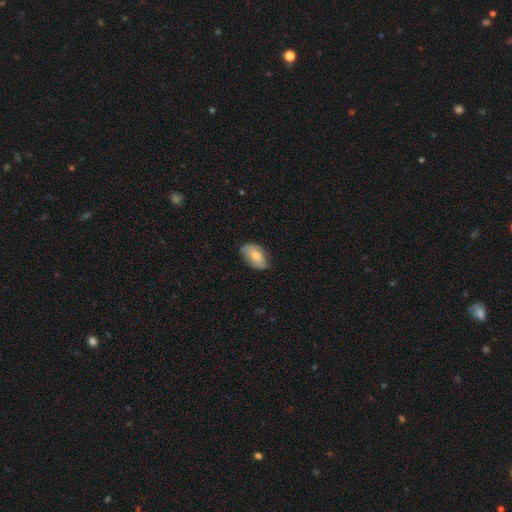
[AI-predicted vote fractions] smooth 71%, featured or disk 23%, star or artifact 6%. Down the decision tree: how rounded — in between (92%); merging — none (71%).